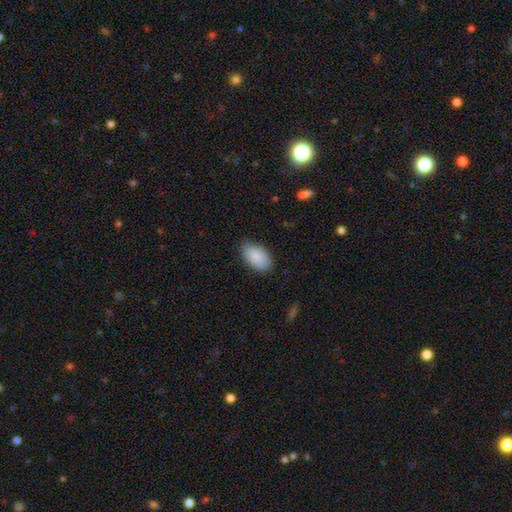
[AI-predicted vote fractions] Smooth or featured?
  - smooth: 88% *
  - star or artifact: 7%
  - featured or disk: 6%
How rounded?
  - in between: 94% *
  - round: 5%
  - cigar-shaped: 2%
Merging?
  - none: 81% *
  - minor disturbance: 15%
  - major disturbance: 3%
  - merger: 1%